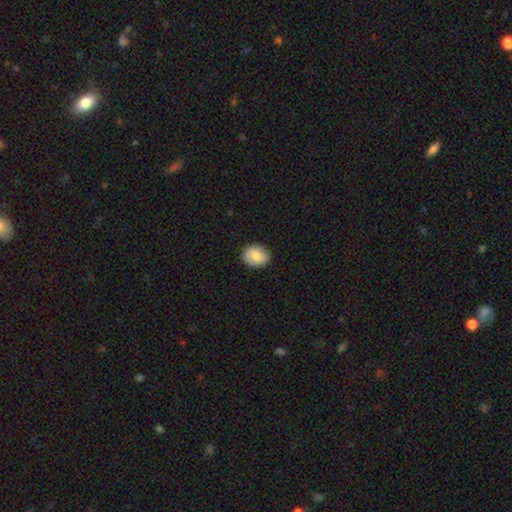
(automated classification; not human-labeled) Smooth or featured?
  - smooth: 81% *
  - featured or disk: 13%
  - star or artifact: 7%
How rounded?
  - in between: 53% *
  - round: 46%
  - cigar-shaped: 1%
Merging?
  - none: 89% *
  - minor disturbance: 8%
  - major disturbance: 2%
  - merger: 1%